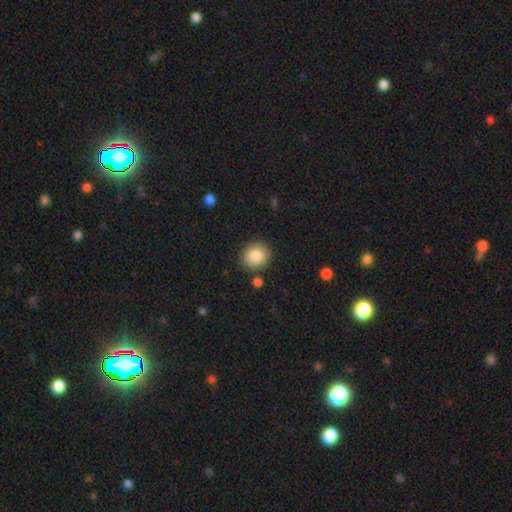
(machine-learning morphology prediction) Q: Smooth or featured?
A: smooth (86%); runner-up: star or artifact (8%)
Q: How rounded?
A: round (84%); runner-up: in between (15%)
Q: Merging?
A: none (86%); runner-up: minor disturbance (8%)